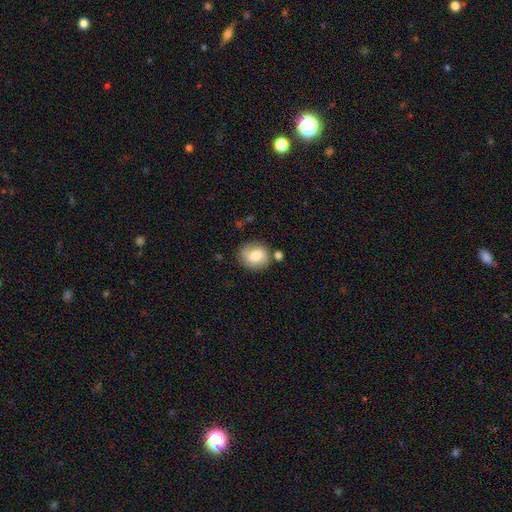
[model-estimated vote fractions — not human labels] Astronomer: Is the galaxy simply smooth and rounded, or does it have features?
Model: smooth — 56% (runner-up: featured or disk, 36%).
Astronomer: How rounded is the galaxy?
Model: round — 75%.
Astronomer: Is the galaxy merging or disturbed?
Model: none — 73%.